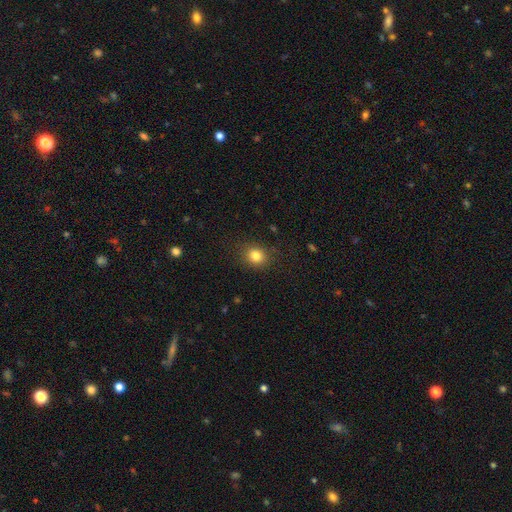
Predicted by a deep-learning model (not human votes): Morphology: type=smooth (83%); roundness=round (70%); merging=none (85%).